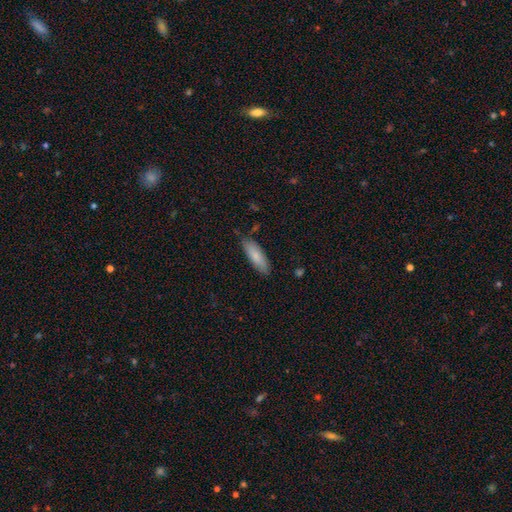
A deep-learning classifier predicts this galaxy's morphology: Smooth or featured: smooth — 81% (featured or disk — 13%)
How rounded: in between — 54% (cigar-shaped — 44%)
Merging: none — 81% (minor disturbance — 15%)